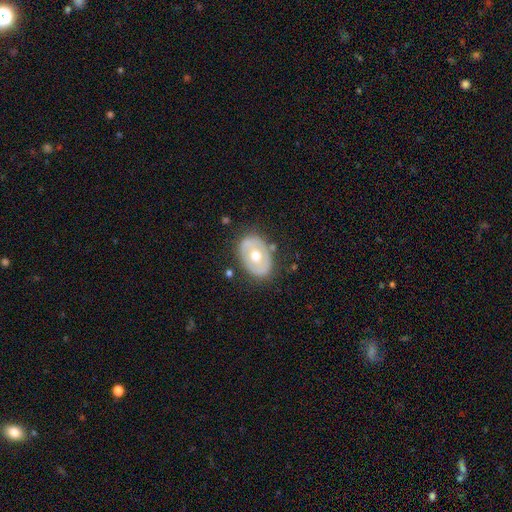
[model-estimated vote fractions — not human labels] A featured or disk galaxy (50%).

Vote fractions:
- Smooth or featured? featured or disk: 50% / smooth: 44% / star or artifact: 6%
- Merging? none: 78% / minor disturbance: 15% / major disturbance: 4% / merger: 2%